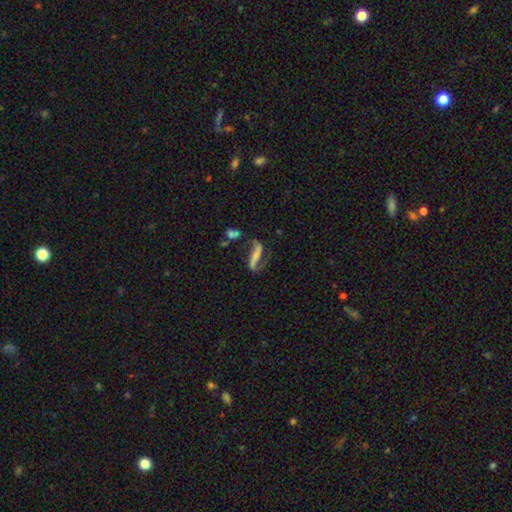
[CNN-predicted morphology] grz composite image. It shows a featured or disk galaxy (71%) with a strong bar (56%), 2 (81%) loose (77%) spiral arms (84%) and no central bulge (56%). Merging: none (46%).